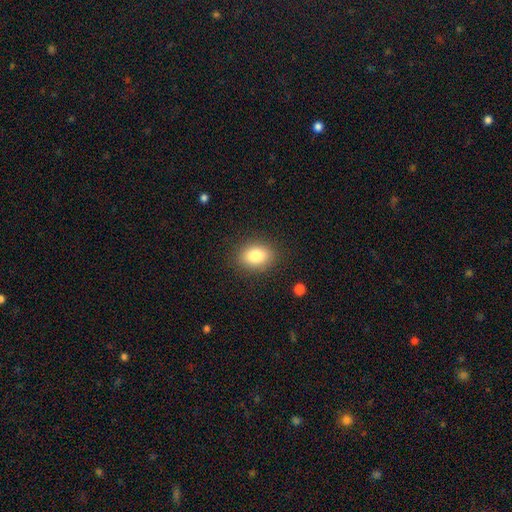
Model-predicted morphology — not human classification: Overall: smooth (84%). How rounded: in between (71%). Merging: none (86%).